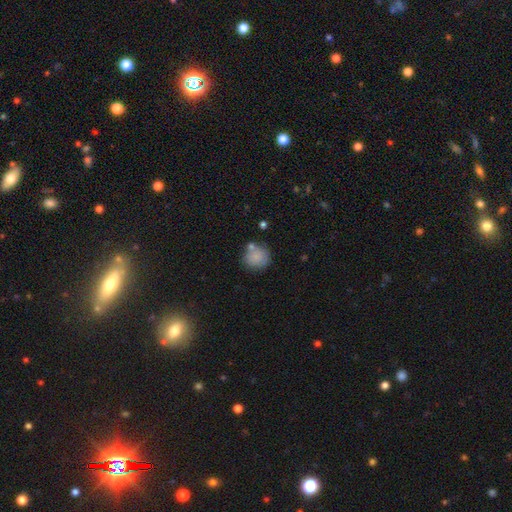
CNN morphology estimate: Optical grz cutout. It shows a smooth galaxy with no disk features (83%) that is round (87%). Merging: none (66%).